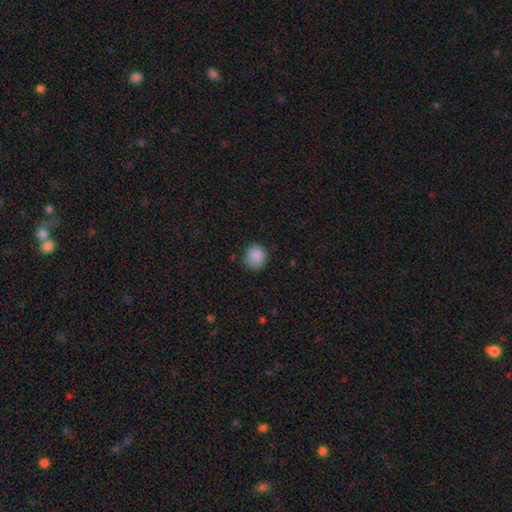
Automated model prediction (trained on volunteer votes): smooth-or-featured: smooth: 88% | star or artifact: 8% | featured or disk: 4%
  how-rounded: round: 84% | in between: 15% | cigar-shaped: 1%
  merging: none: 82% | minor disturbance: 14% | major disturbance: 3% | merger: 1%